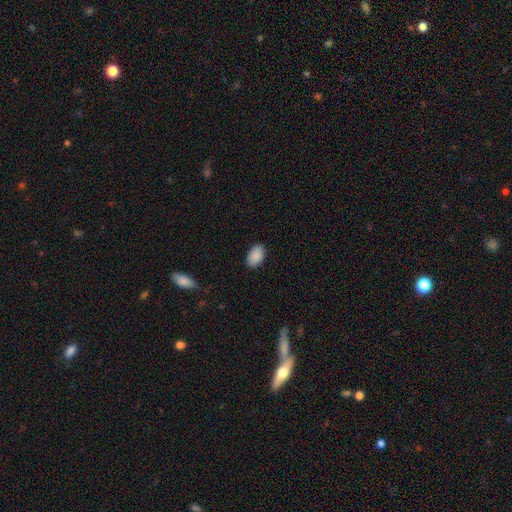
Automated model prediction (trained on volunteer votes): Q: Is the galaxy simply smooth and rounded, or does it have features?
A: smooth — 90%.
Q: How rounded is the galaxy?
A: in between — 92%.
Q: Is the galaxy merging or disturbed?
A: none — 87%.